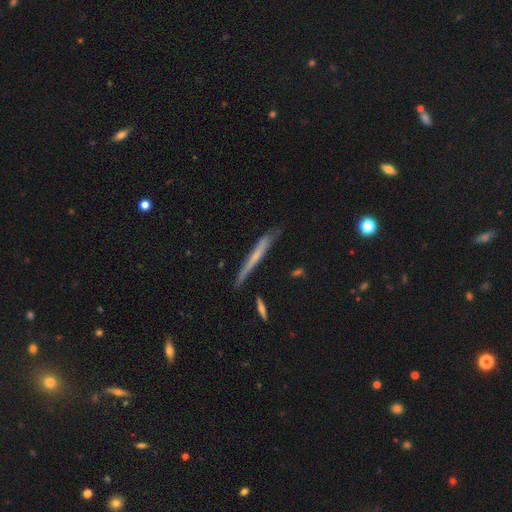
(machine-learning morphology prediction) Smooth or featured: featured or disk — 47% (smooth — 46%)
Merging: none — 75% (minor disturbance — 18%)